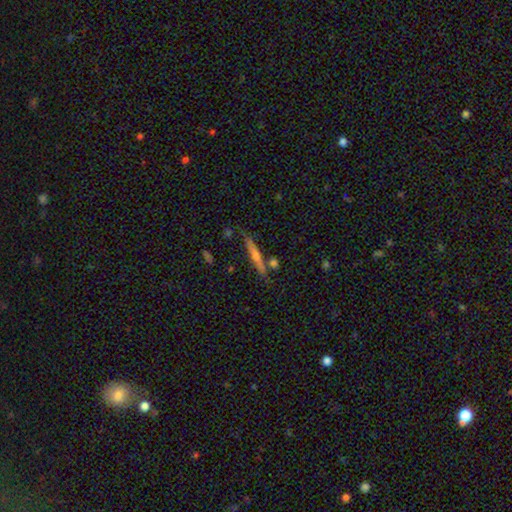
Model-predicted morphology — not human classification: type=featured or disk (68%); edge-on=yes (97%); edge-on bulge=rounded (71%); merging=none (84%).